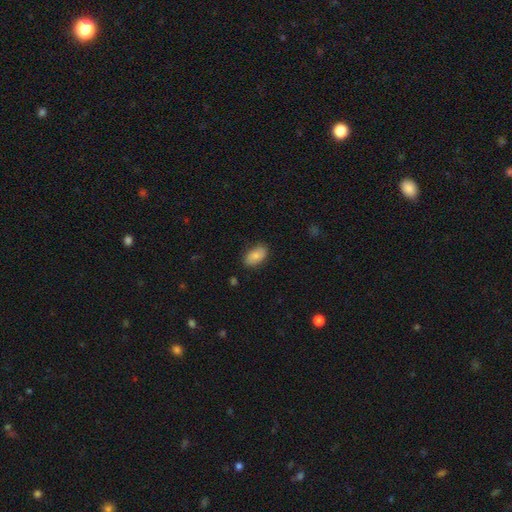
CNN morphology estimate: A smooth galaxy with no disk features (81%) that is in between round and cigar-shaped (94%). Merging: none (82%).